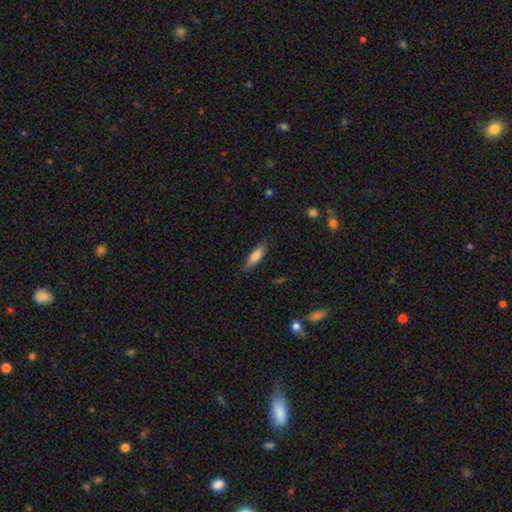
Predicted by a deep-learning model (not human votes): smooth_or_featured: smooth (p=0.79) [alt: featured or disk p=0.15]
how_rounded: in between (p=0.55) [alt: cigar-shaped p=0.43]
merging: none (p=0.85) [alt: minor disturbance p=0.12]